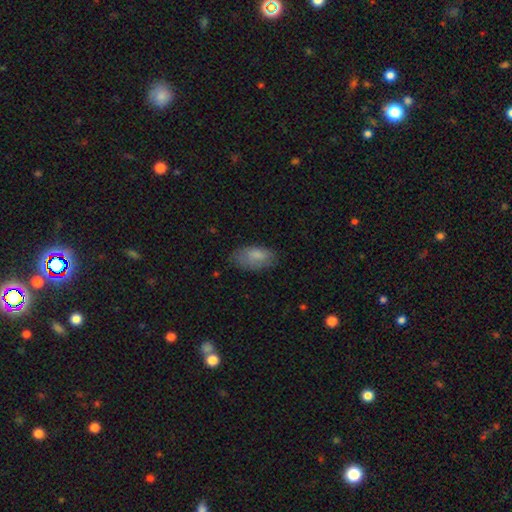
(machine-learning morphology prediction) Overall: smooth (78%). How rounded: in between (93%). Merging: none (65%; minor disturbance 26%).